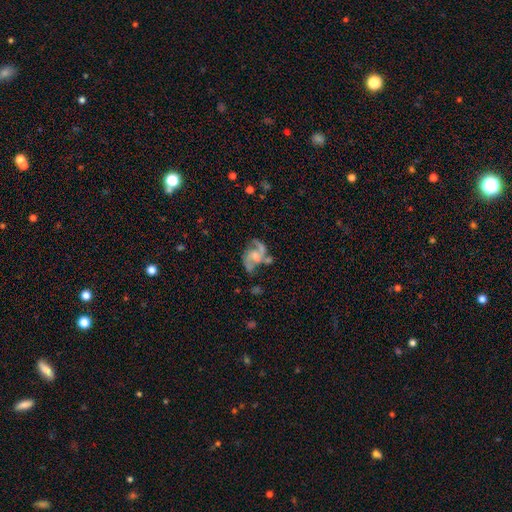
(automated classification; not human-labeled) smooth_or_featured: featured or disk (p=0.80) [alt: smooth p=0.12]
disk_edge_on: no (p=0.98) [alt: yes p=0.02]
bar: no (p=0.47) [alt: weak p=0.40]
has_spiral_arms: yes (p=0.89) [alt: no p=0.11]
spiral_winding: medium (p=0.46) [alt: loose p=0.41]
spiral_arm_count: 2 (p=0.81) [alt: can't tell p=0.06]
bulge_size: none (p=0.39) [alt: moderate p=0.26]
merging: none (p=0.41) [alt: major disturbance p=0.24]